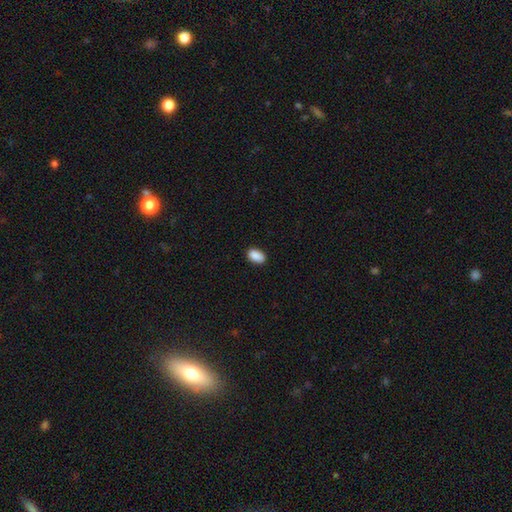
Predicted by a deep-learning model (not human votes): smooth-or-featured: smooth: 90% | star or artifact: 7% | featured or disk: 3%
  how-rounded: in between: 91% | round: 7% | cigar-shaped: 2%
  merging: none: 87% | minor disturbance: 10% | major disturbance: 2% | merger: 1%